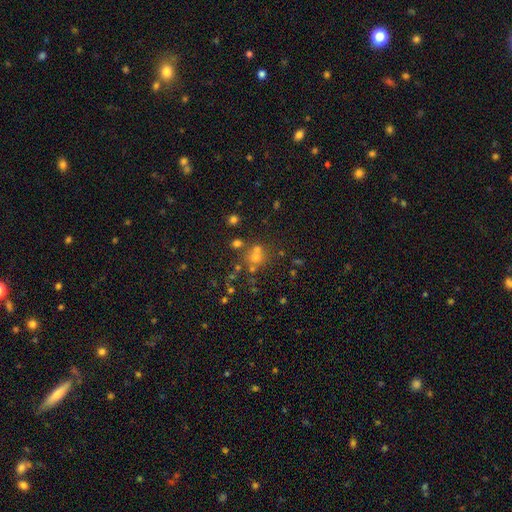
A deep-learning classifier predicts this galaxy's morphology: This appears to be a smooth galaxy with no disk features (46%). Merging: none (58%).